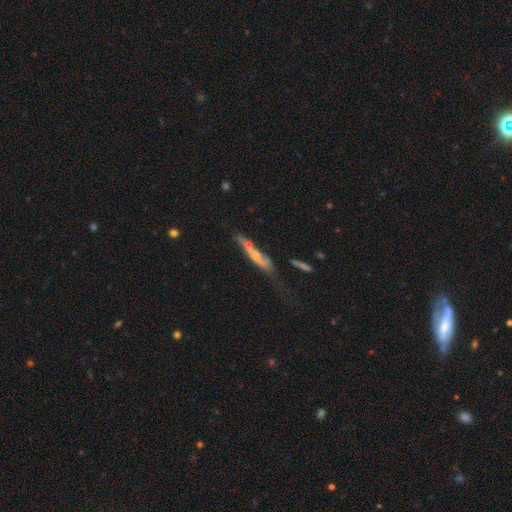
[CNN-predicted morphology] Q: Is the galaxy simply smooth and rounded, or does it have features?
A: featured or disk — 49%.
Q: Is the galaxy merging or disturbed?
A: none — 32%.